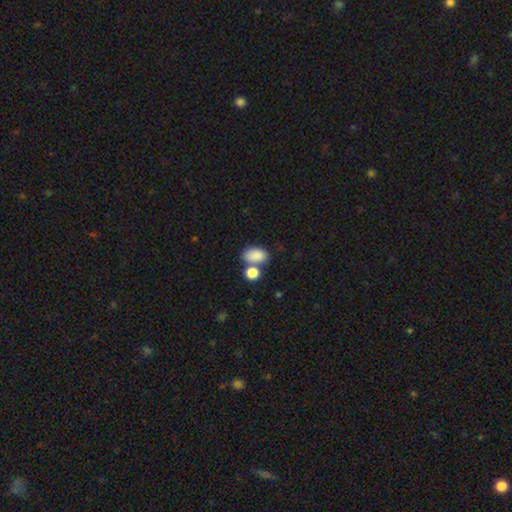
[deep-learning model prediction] Smooth or featured? Predicted: smooth (p=0.85). How rounded? Predicted: in between (p=0.86). Merging? Predicted: none (p=0.50).